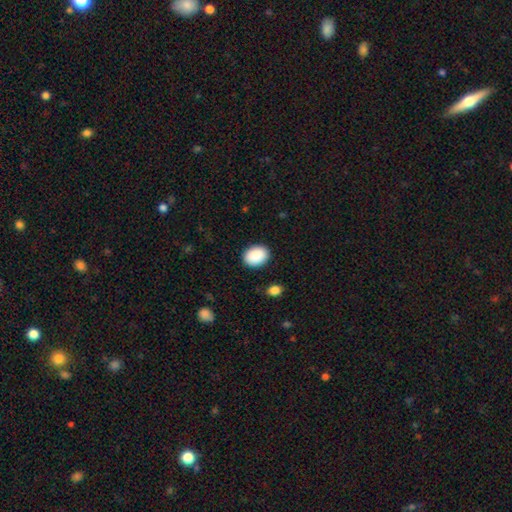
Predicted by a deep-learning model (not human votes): This appears to be a smooth galaxy with no disk features (91%) that is in between round and cigar-shaped (68%). Merging: none (89%).